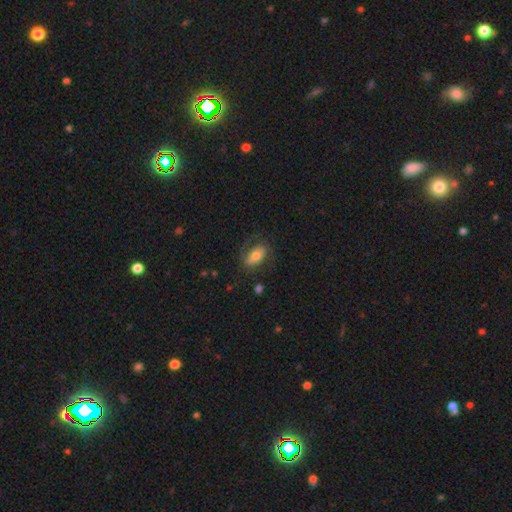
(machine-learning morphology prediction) The model was most divided on "smooth or featured": smooth: 56%, featured or disk: 36%, star or artifact: 8%. More confident: how rounded — in between (86%); merging — none (63%).